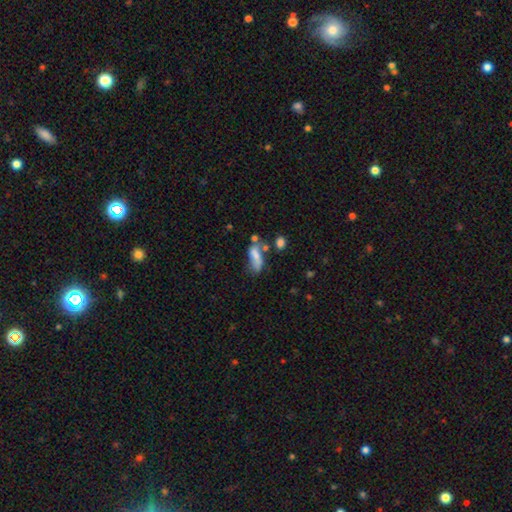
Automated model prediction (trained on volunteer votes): This appears to be a smooth galaxy with no disk features (69%) that is in between round and cigar-shaped (73%). Merging: none (33%).